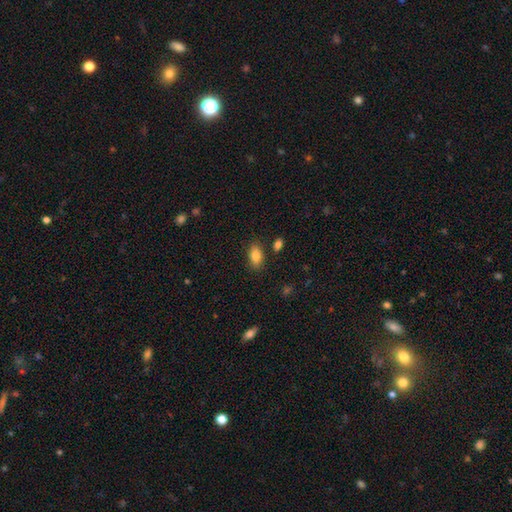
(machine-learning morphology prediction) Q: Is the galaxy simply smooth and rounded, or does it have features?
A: smooth — 84%.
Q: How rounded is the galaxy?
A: in between — 90%.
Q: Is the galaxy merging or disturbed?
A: none — 84%.